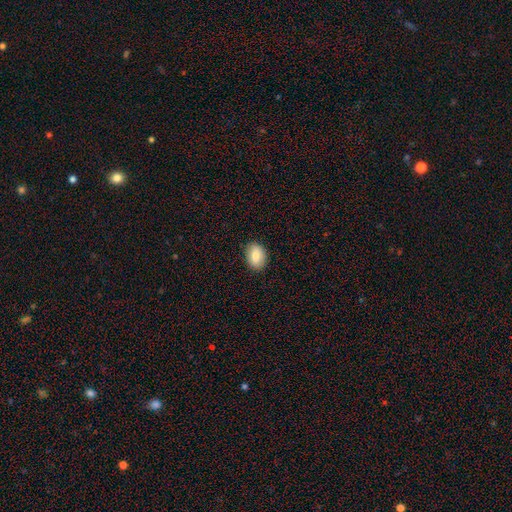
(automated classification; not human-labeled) smooth_or_featured: smooth (p=0.81) [alt: featured or disk p=0.12]
how_rounded: in between (p=0.79) [alt: round p=0.19]
merging: none (p=0.88) [alt: minor disturbance p=0.09]